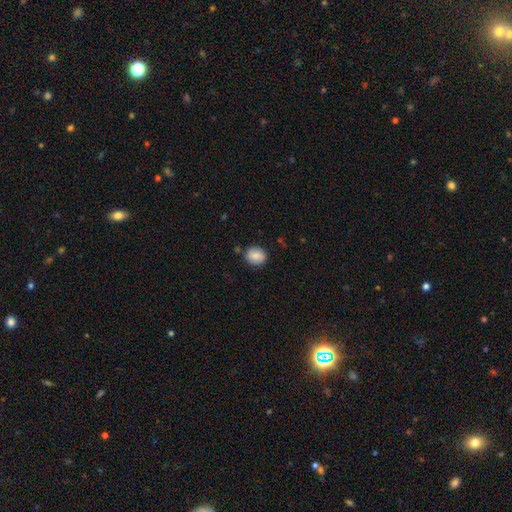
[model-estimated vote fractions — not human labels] smooth-or-featured: smooth: 85% | star or artifact: 8% | featured or disk: 7%
  how-rounded: round: 67% | in between: 32% | cigar-shaped: 1%
  merging: none: 83% | minor disturbance: 12% | merger: 3% | major disturbance: 3%